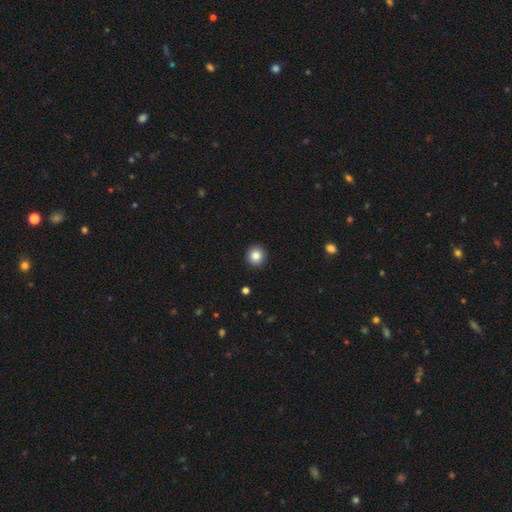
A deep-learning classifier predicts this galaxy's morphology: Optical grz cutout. It shows a smooth galaxy with no disk features (85%) that is round (92%). Merging: none (93%).